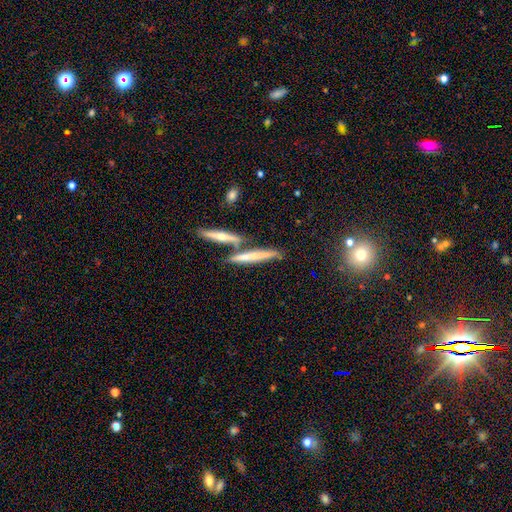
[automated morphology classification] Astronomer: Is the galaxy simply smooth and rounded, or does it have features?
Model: smooth — 51% (runner-up: featured or disk, 42%).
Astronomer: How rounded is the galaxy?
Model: cigar-shaped — 91%.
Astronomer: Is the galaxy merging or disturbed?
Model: none — 57%.